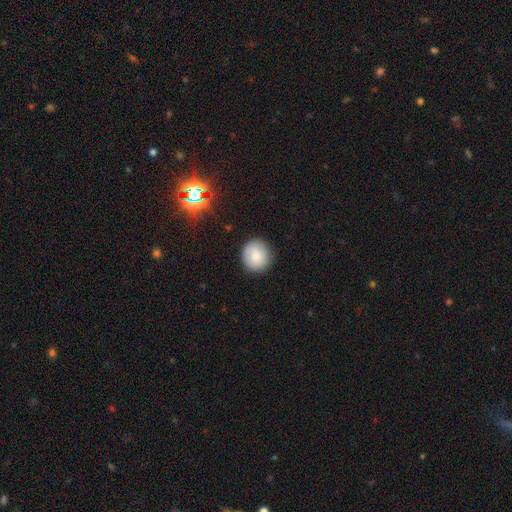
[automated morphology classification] A smooth galaxy with no disk features (81%) that is round (89%). Merging: none (88%).